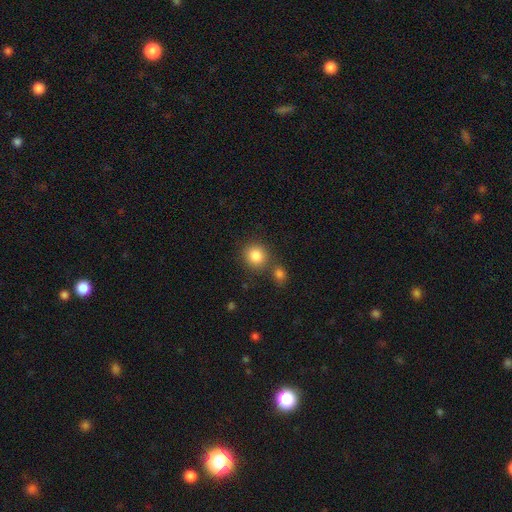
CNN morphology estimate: Smooth or featured? Predicted: smooth (p=0.84). How rounded? Predicted: round (p=0.87). Merging? Predicted: none (p=0.71).